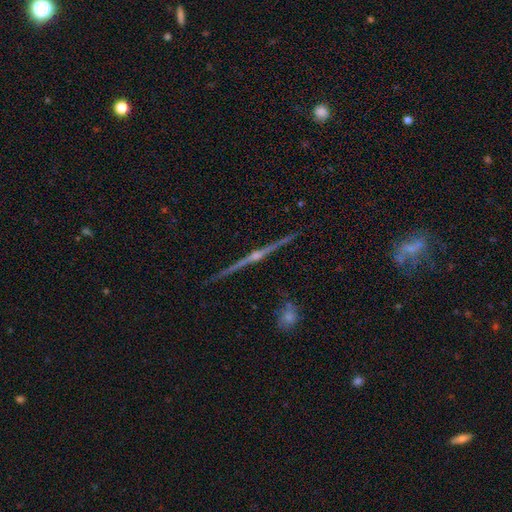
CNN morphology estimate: smooth_or_featured: featured or disk (p=0.83) [alt: star or artifact p=0.09]
disk_edge_on: yes (p=0.98) [alt: no p=0.02]
edge_on_bulge: rounded (p=0.84) [alt: none p=0.10]
merging: none (p=0.90) [alt: minor disturbance p=0.06]